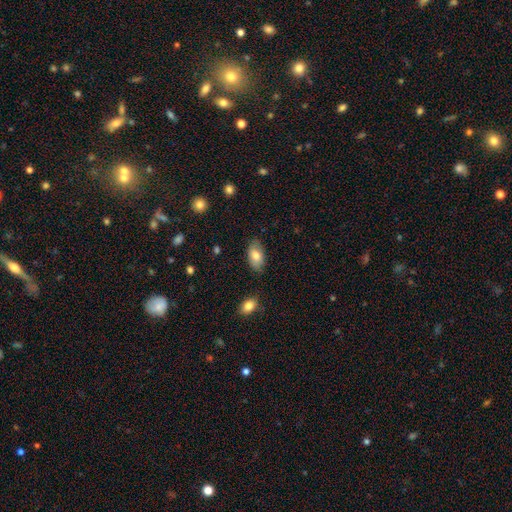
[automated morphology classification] This is likely a smooth galaxy (79%). How rounded: clearly in between (94%). Merging: clearly none (82%).